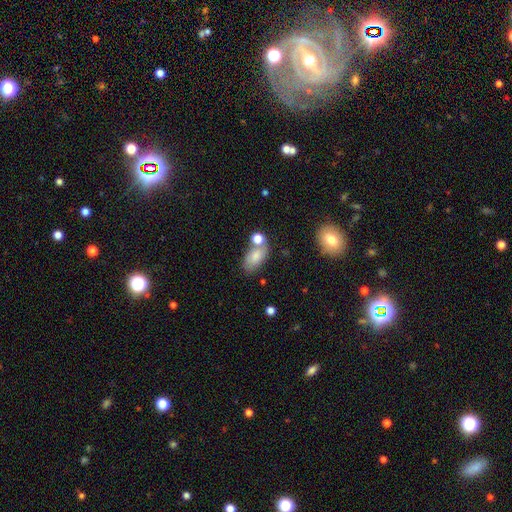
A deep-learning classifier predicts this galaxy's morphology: type=smooth (77%); roundness=in between (90%); merging=none (52%).